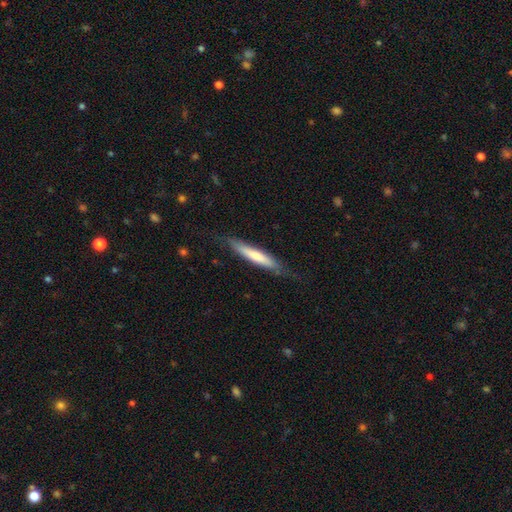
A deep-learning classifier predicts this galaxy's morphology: smooth_or_featured: smooth (p=0.55) [alt: featured or disk p=0.39]
how_rounded: cigar-shaped (p=0.92) [alt: in between p=0.07]
merging: none (p=0.76) [alt: minor disturbance p=0.18]